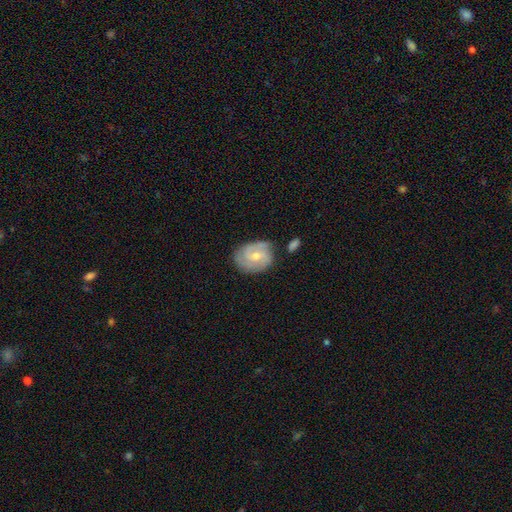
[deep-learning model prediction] The model was most divided on "spiral winding": tight: 48%, medium: 39%, loose: 12%. Remaining: edge-on disk — no (97%); spiral arms — yes (90%); smooth or featured — featured or disk (68%); merging — none (66%); bulge size — moderate (57%); bar — no (53%); spiral arm count — 2 (47%).